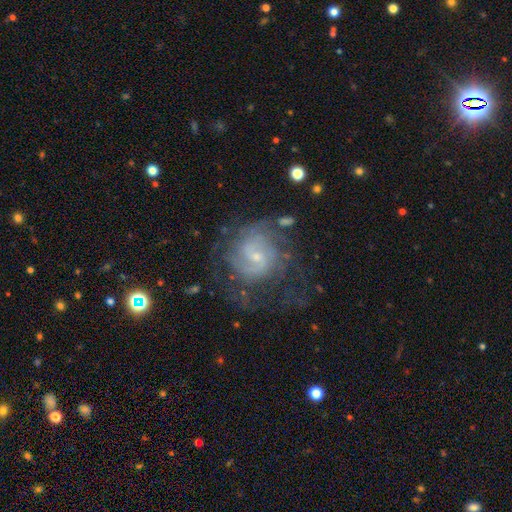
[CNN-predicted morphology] Smooth or featured? Predicted: featured or disk (p=0.79). Edge-on disk? Predicted: no (p=0.98). Bar? Predicted: weak (p=0.50). Spiral arms? Predicted: yes (p=0.90). Spiral winding? Predicted: tight (p=0.47). Spiral arm count? Predicted: 2 (p=0.39). Bulge size? Predicted: small (p=0.70). Merging? Predicted: none (p=0.57).